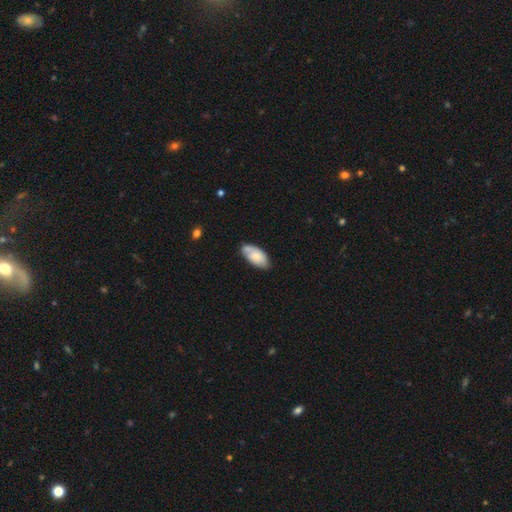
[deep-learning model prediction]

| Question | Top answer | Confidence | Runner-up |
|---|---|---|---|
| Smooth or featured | smooth | 71% | featured or disk (23%) |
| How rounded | in between | 94% | cigar-shaped (4%) |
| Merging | none | 60% | minor disturbance (27%) |